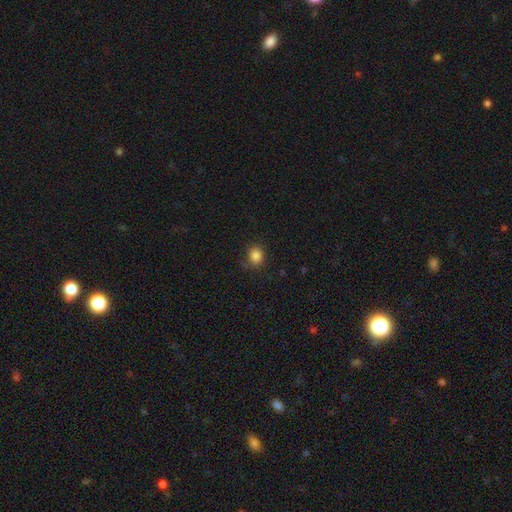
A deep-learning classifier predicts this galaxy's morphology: Smooth or featured: smooth — 84% (star or artifact — 11%)
How rounded: round — 76% (in between — 24%)
Merging: none — 77% (minor disturbance — 17%)